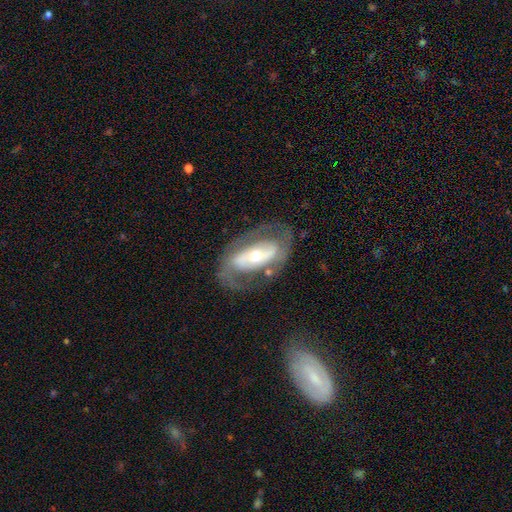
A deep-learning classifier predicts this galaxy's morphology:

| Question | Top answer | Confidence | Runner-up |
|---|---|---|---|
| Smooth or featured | featured or disk | 78% | smooth (17%) |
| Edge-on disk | no | 92% | yes (8%) |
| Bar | no | 38% | tied: strong (38%) |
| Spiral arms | yes | 67% | no (33%) |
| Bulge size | moderate | 54% | small (38%) |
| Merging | none | 69% | minor disturbance (16%) |